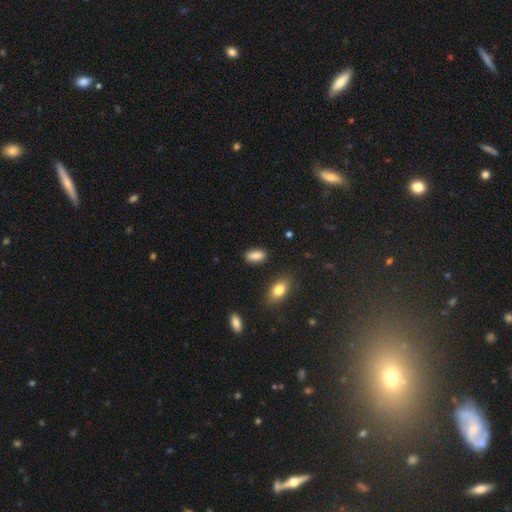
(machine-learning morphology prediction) A smooth galaxy with no disk features (85%) that is in between round and cigar-shaped (86%). Merging: none (84%).